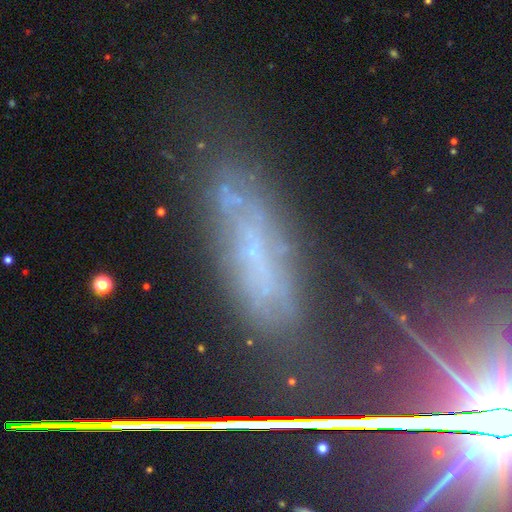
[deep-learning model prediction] featured or disk 45%, star or artifact 30%, smooth 24%. Down the decision tree: merging — none (71%).